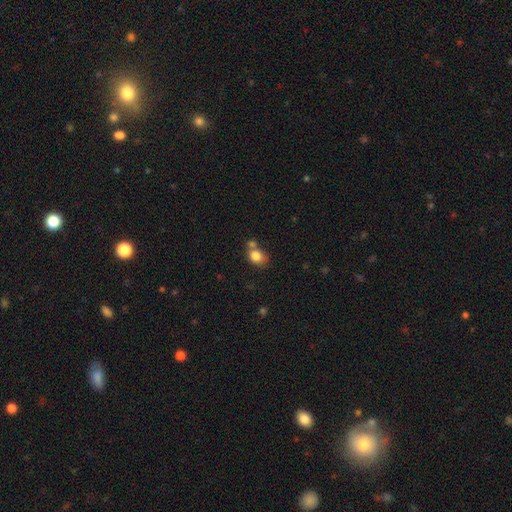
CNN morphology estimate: Overall: smooth (82%). How rounded: in between (53%; round 46%). Merging: none (45%; merger 33%).